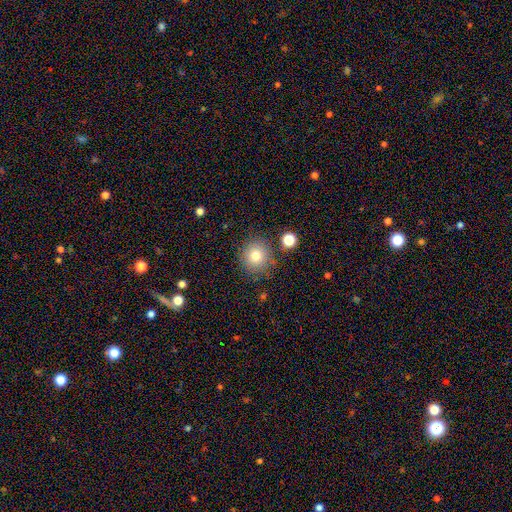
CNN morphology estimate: This appears to be a smooth galaxy with no disk features (78%) that is round (90%). Merging: none (83%).